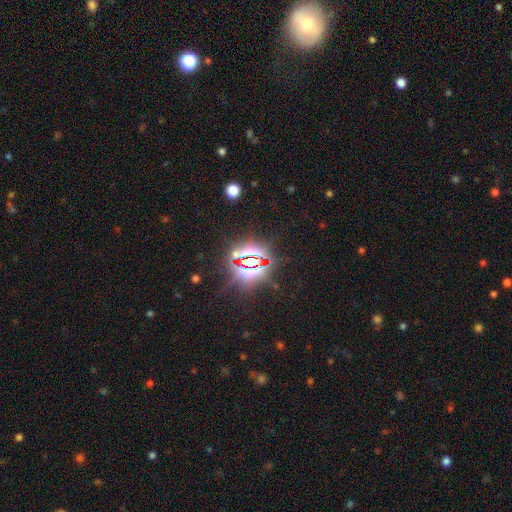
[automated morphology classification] A star or artifact, not a galaxy (83%).

Vote fractions:
- Smooth or featured? star or artifact: 83% / smooth: 9% / featured or disk: 8%